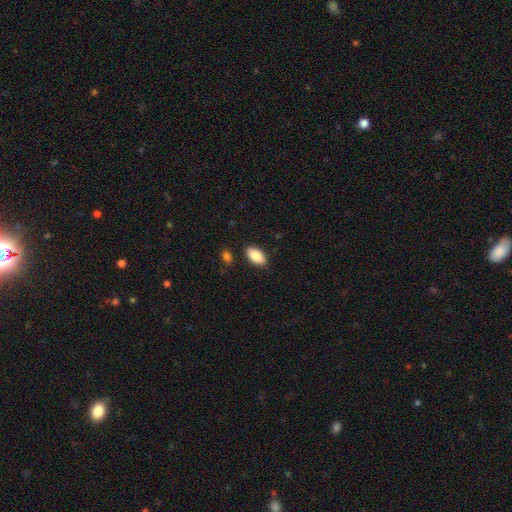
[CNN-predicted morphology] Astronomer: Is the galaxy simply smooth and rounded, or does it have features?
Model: smooth — 87%.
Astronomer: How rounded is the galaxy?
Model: in between — 94%.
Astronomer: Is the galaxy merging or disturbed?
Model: none — 86%.